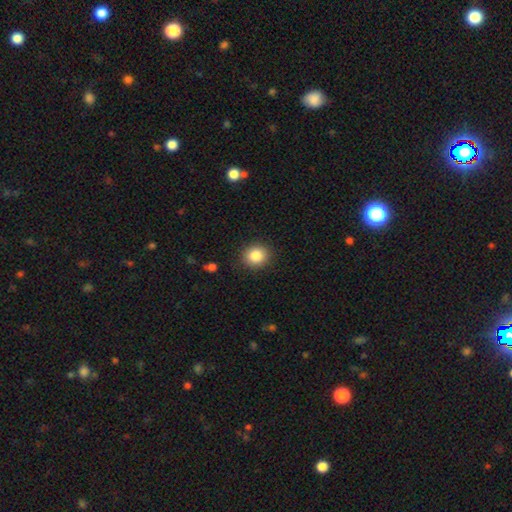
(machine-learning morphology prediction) Overall: smooth (85%). How rounded: round (80%). Merging: none (90%).